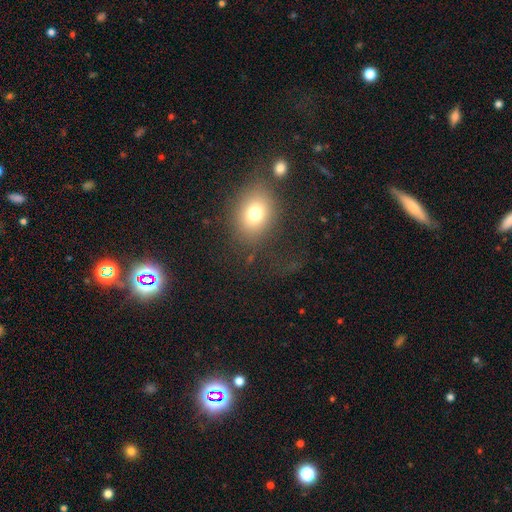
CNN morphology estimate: A smooth galaxy with no disk features (62%) that is round (50%).

Vote fractions:
- Smooth or featured? smooth: 62% / star or artifact: 26% / featured or disk: 12%
- How rounded? round: 50% / in between: 48% / cigar-shaped: 2%
- Merging? none: 75% / minor disturbance: 14% / major disturbance: 7% / merger: 4%